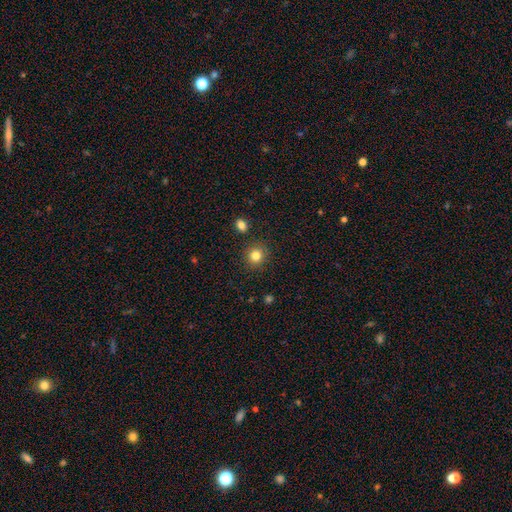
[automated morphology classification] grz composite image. It shows a smooth galaxy with no disk features (83%) that is round (90%). Merging: none (89%).